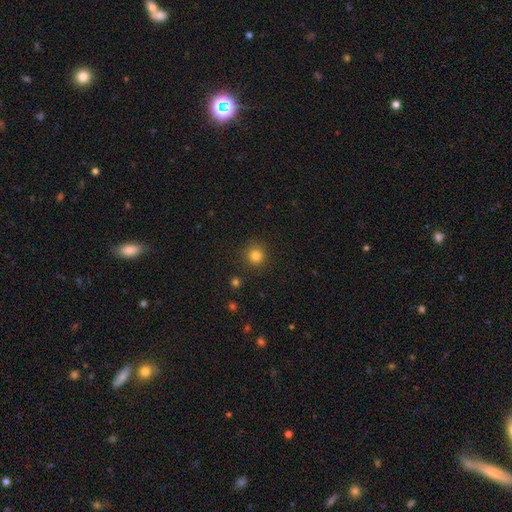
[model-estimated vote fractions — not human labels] Smooth or featured? smooth (82%)
How rounded? round (94%)
Merging? none (89%)